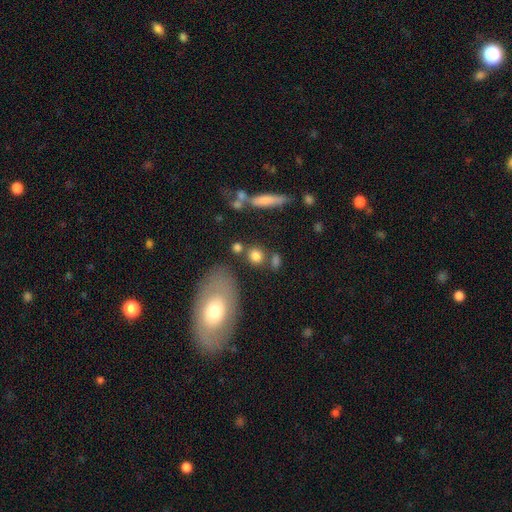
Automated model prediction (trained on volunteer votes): smooth-or-featured: smooth: 80% | star or artifact: 10% | featured or disk: 10%
  how-rounded: round: 70% | in between: 26% | cigar-shaped: 4%
  merging: none: 67% | merger: 17% | minor disturbance: 11% | major disturbance: 5%